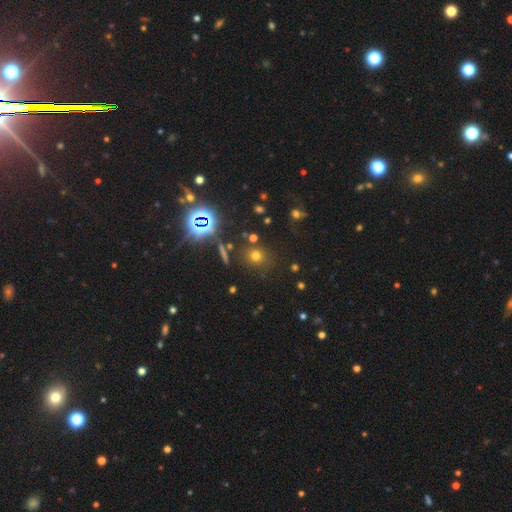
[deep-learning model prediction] This appears to be a smooth galaxy with no disk features (62%) that is round (85%). Merging: none (83%).